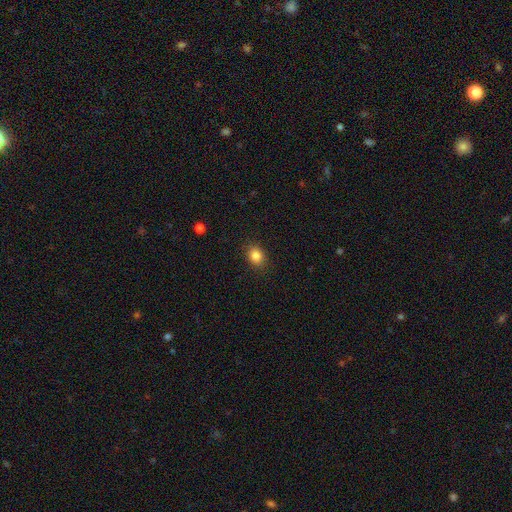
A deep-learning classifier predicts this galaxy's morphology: A smooth galaxy with no disk features (85%) that is in between round and cigar-shaped (51%). Merging: none (88%).